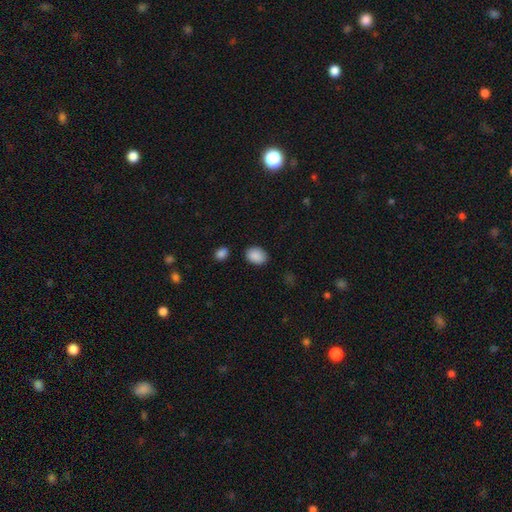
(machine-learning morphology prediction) smooth-or-featured: smooth: 89% | star or artifact: 7% | featured or disk: 3%
  how-rounded: in between: 73% | round: 26% | cigar-shaped: 1%
  merging: none: 84% | minor disturbance: 10% | major disturbance: 3% | merger: 3%